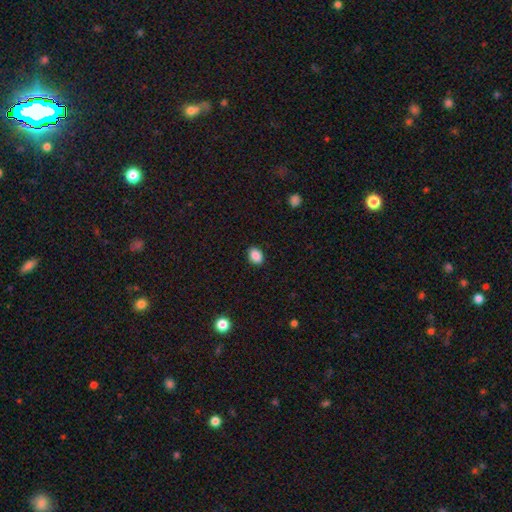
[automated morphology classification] This is clearly a smooth galaxy (89%). How rounded: likely in between (62%). Merging: clearly none (90%).